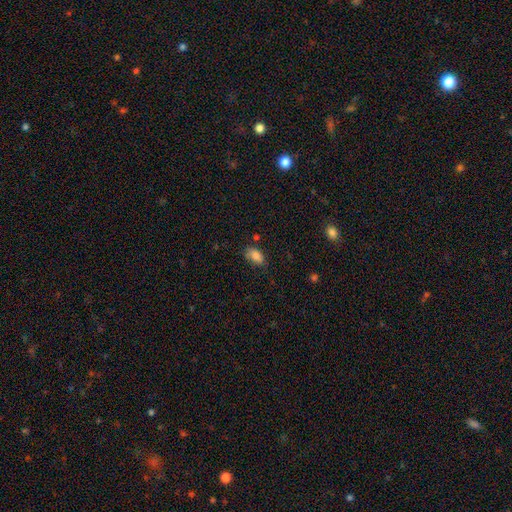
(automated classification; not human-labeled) Smooth or featured: smooth — 84% (star or artifact — 9%)
How rounded: in between — 90% (round — 7%)
Merging: none — 67% (minor disturbance — 25%)